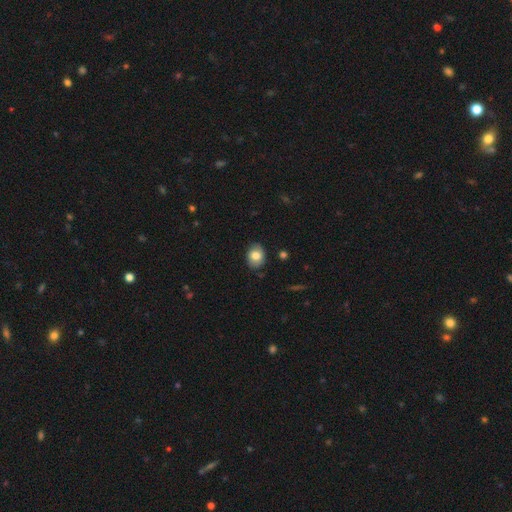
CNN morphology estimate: A smooth galaxy with no disk features (79%) that is in between round and cigar-shaped (61%).

Vote fractions:
- Smooth or featured? smooth: 79% / featured or disk: 14% / star or artifact: 8%
- How rounded? in between: 61% / round: 38% / cigar-shaped: 1%
- Merging? none: 84% / minor disturbance: 12% / major disturbance: 2% / merger: 1%